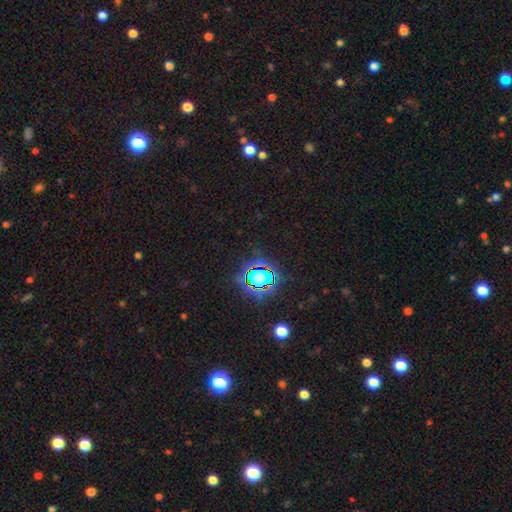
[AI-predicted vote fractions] A star or artifact, not a galaxy (79%).

Vote fractions:
- Smooth or featured? star or artifact: 79% / smooth: 13% / featured or disk: 8%